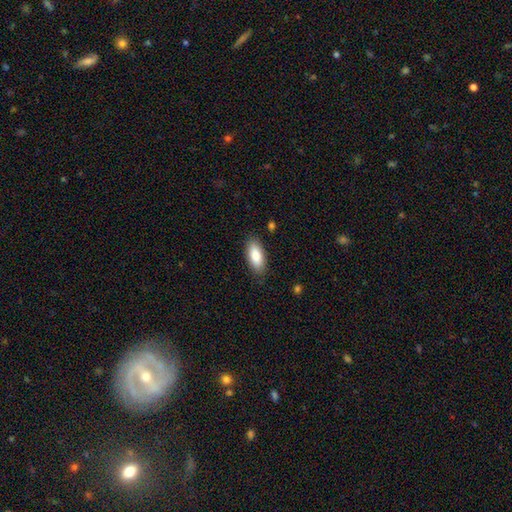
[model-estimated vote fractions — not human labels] Smooth or featured? Predicted: smooth (p=0.86). How rounded? Predicted: in between (p=0.85). Merging? Predicted: none (p=0.86).